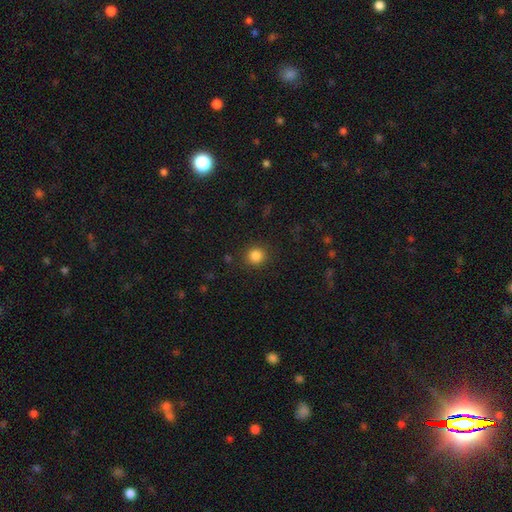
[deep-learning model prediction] The model was most divided on "smooth or featured": smooth: 85%, star or artifact: 11%, featured or disk: 4%. More confident: how rounded — round (92%); merging — none (89%).